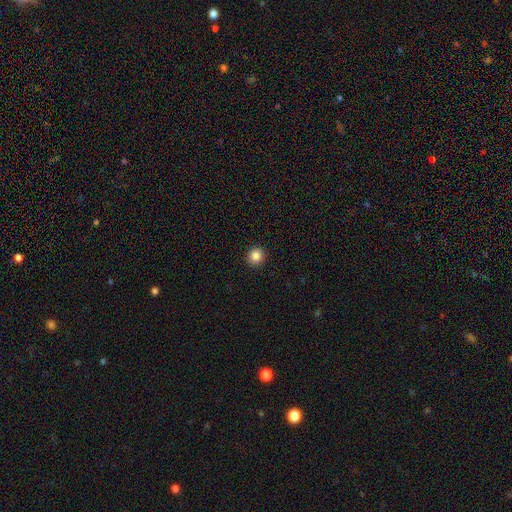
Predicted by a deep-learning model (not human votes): Smooth or featured?
  - smooth: 85% *
  - star or artifact: 10%
  - featured or disk: 4%
How rounded?
  - round: 90% *
  - in between: 9%
  - cigar-shaped: 1%
Merging?
  - none: 93% *
  - minor disturbance: 5%
  - major disturbance: 2%
  - merger: 1%